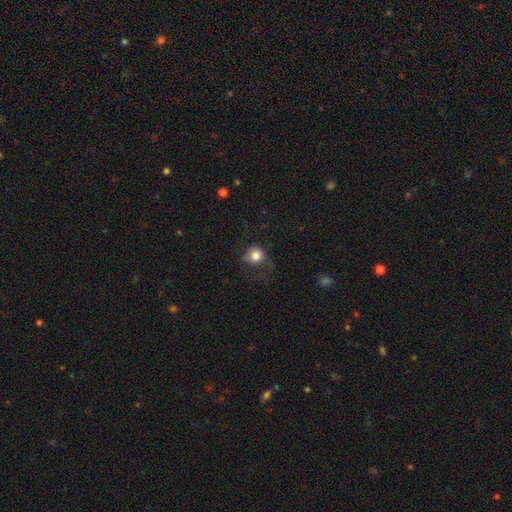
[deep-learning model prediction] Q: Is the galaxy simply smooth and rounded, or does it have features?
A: smooth — 80%.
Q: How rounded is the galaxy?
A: round — 84%.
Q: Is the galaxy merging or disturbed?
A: none — 57%.